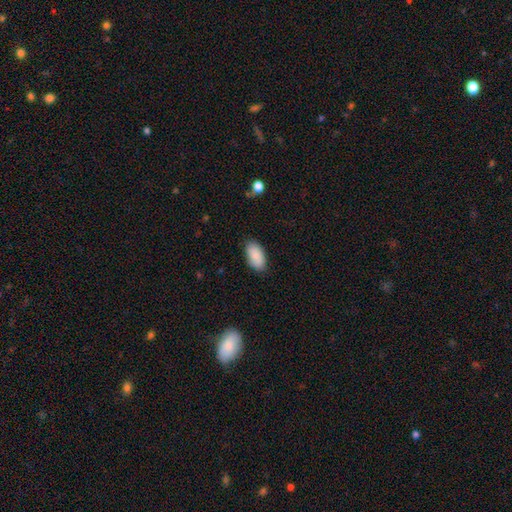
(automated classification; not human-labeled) smooth-or-featured: smooth: 87% | featured or disk: 7% | star or artifact: 6%
  how-rounded: in between: 94% | round: 3% | cigar-shaped: 3%
  merging: none: 84% | minor disturbance: 13% | major disturbance: 2% | merger: 1%